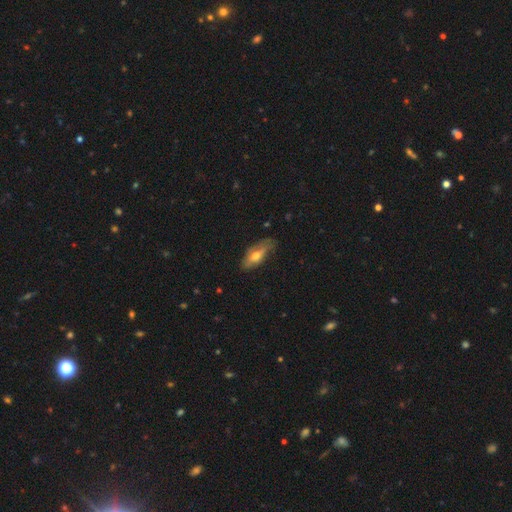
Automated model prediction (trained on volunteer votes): Smooth or featured? Predicted: smooth (p=0.56). How rounded? Predicted: in between (p=0.72). Merging? Predicted: none (p=0.61).